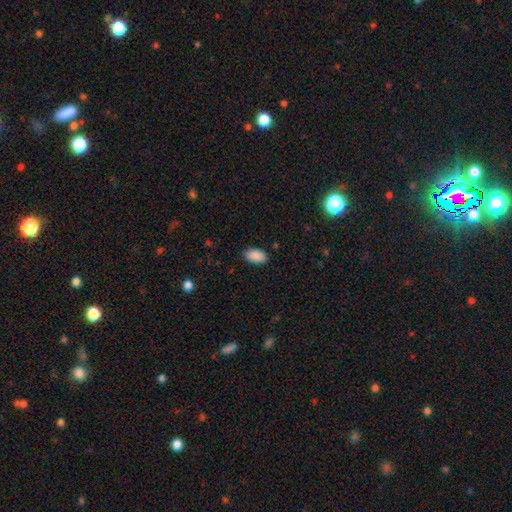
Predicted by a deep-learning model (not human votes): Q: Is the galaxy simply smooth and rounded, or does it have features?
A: smooth — 90%.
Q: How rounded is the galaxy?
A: in between — 94%.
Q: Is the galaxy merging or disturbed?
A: none — 87%.